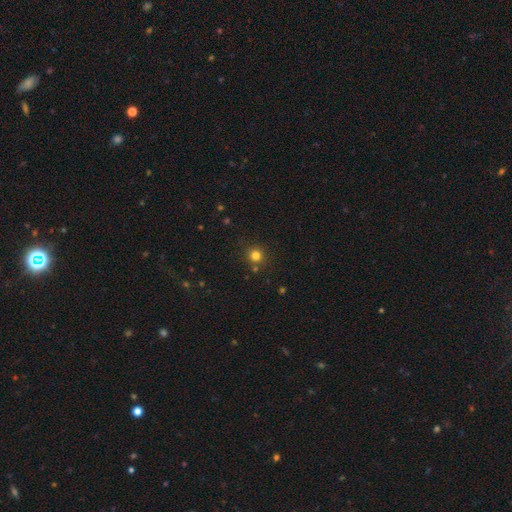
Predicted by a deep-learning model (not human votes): Smooth or featured: smooth — 79% (star or artifact — 16%)
How rounded: round — 93% (in between — 6%)
Merging: none — 84% (minor disturbance — 8%)